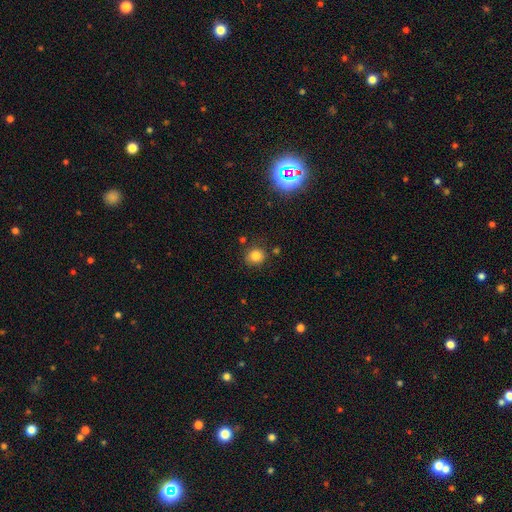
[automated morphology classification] smooth 81%, star or artifact 13%, featured or disk 6%. Down the decision tree: how rounded — round (81%); merging — none (81%).